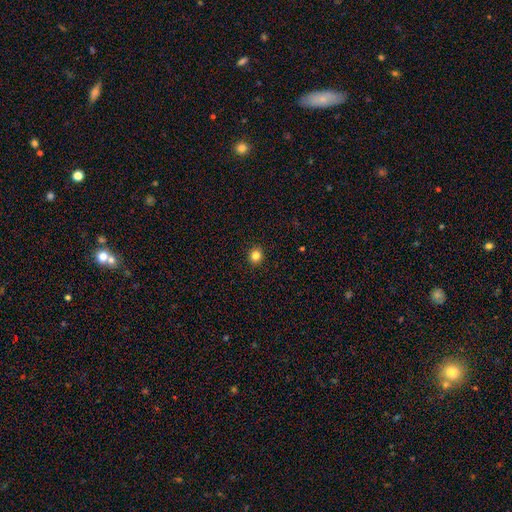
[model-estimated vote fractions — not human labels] Morphology: type=smooth (83%); roundness=round (81%); merging=none (92%).